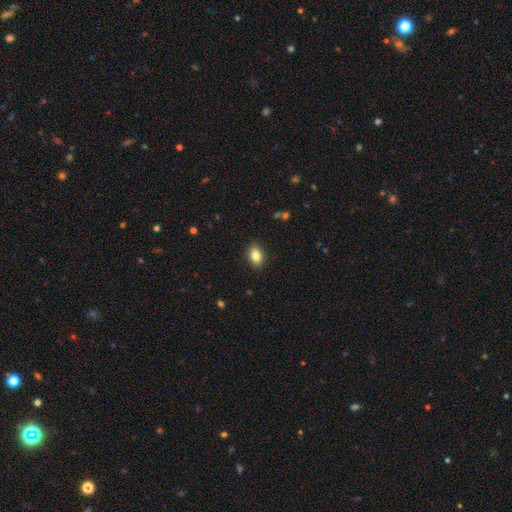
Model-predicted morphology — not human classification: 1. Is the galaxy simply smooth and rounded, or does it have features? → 83% smooth, 9% featured or disk, 9% star or artifact.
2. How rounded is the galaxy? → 85% in between, 13% round, 2% cigar-shaped.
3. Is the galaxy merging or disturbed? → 89% none, 8% minor disturbance, 2% major disturbance, 1% merger.